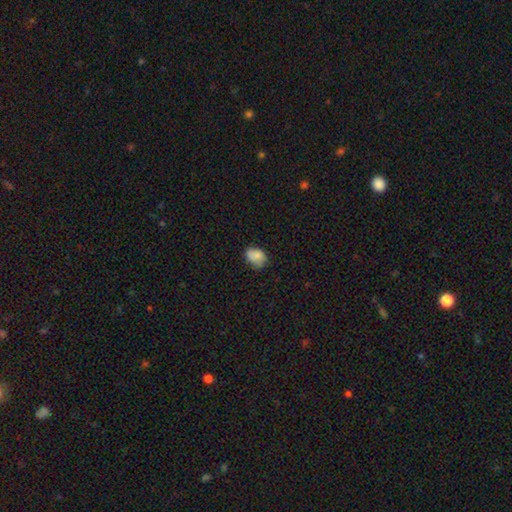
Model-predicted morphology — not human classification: A smooth galaxy with no disk features (81%) that is in between round and cigar-shaped (70%). Merging: none (65%).